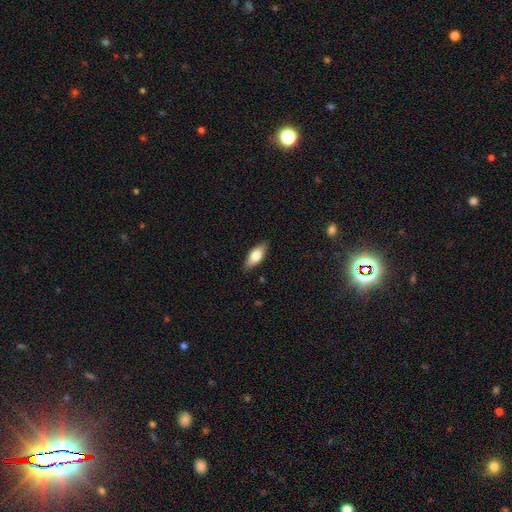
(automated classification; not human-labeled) smooth 72%, featured or disk 22%, star or artifact 6%. Down the decision tree: how rounded — in between (77%); merging — none (87%).